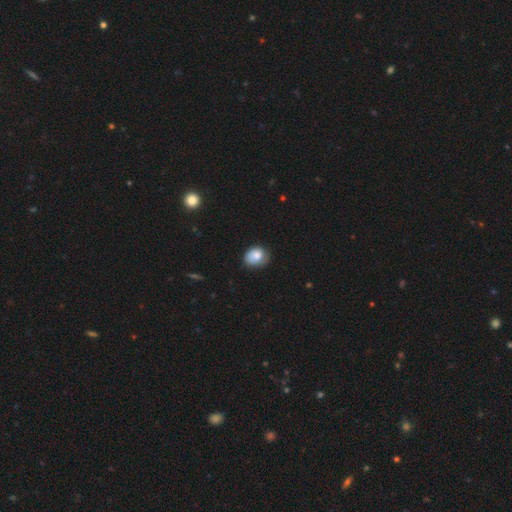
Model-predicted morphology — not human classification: This is likely a smooth galaxy (76%). How rounded: possibly in between (52%). Merging: likely none (61%).